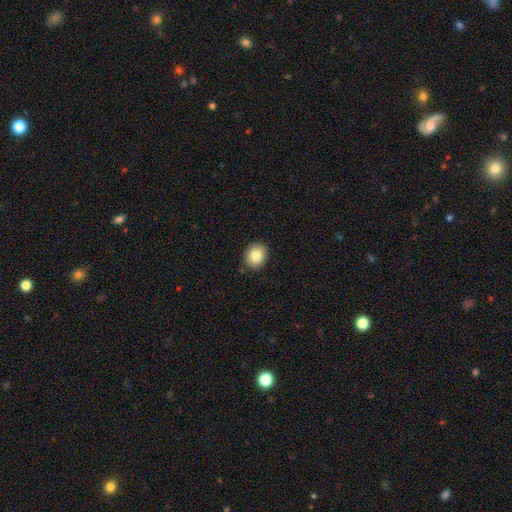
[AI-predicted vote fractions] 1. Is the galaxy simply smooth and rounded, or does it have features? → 82% smooth, 9% star or artifact, 8% featured or disk.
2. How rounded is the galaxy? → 61% round, 38% in between, 1% cigar-shaped.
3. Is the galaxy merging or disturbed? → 85% none, 11% minor disturbance, 2% major disturbance, 1% merger.